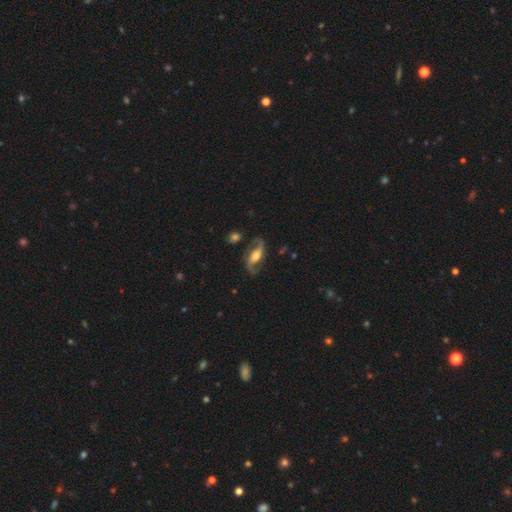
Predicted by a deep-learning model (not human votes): Smooth or featured? featured or disk (83%)
Edge-on disk? no (94%)
Bar? weak (34%, tied with no)
Spiral arms? yes (94%)
Spiral winding? loose (52%)
Spiral arm count? 2 (92%)
Bulge size? moderate (63%)
Merging? none (75%)